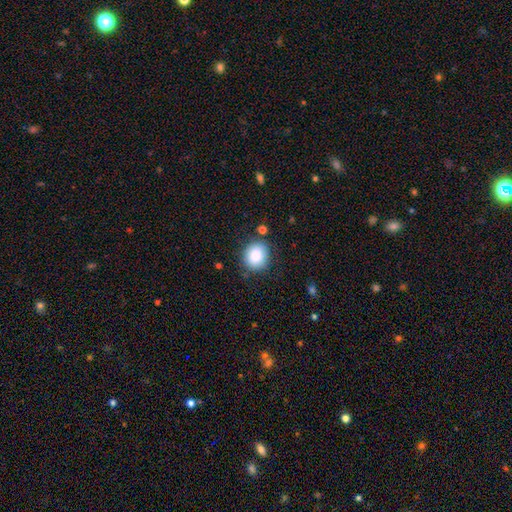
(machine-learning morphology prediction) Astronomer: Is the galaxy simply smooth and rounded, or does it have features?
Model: smooth — 87%.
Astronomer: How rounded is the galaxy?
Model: round — 73%.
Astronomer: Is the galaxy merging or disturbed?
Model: none — 83%.